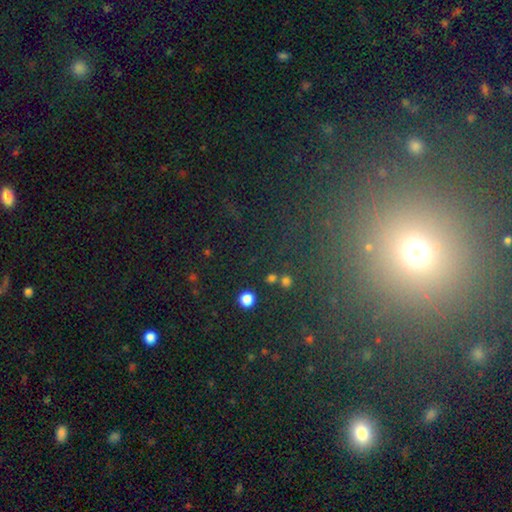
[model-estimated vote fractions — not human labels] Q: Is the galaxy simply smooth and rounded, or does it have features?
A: star or artifact — 54%.